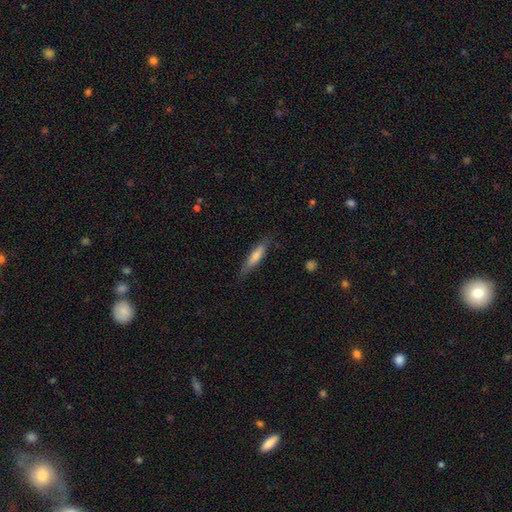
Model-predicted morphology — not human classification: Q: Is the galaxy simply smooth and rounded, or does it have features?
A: smooth — 57%.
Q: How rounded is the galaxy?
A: cigar-shaped — 82%.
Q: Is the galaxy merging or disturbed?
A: none — 76%.